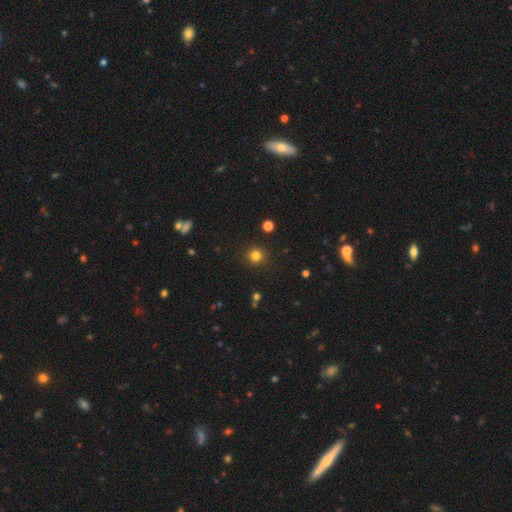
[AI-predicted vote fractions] smooth-or-featured: smooth: 80% | star or artifact: 15% | featured or disk: 5%
  how-rounded: round: 93% | in between: 6% | cigar-shaped: 1%
  merging: none: 91% | minor disturbance: 5% | major disturbance: 2% | merger: 2%